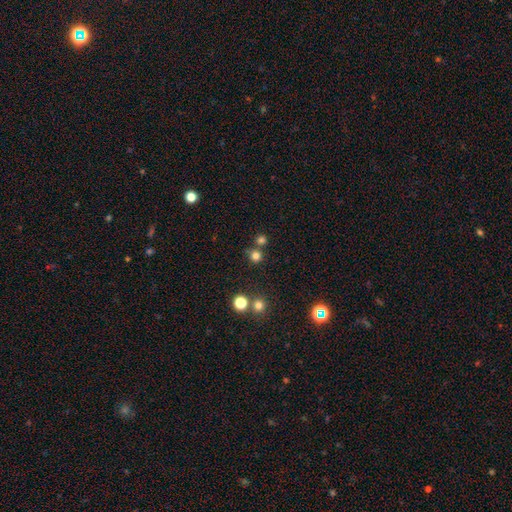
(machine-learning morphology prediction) Smooth or featured? Predicted: smooth (p=0.75). How rounded? Predicted: round (p=0.93). Merging? Predicted: none (p=0.71).